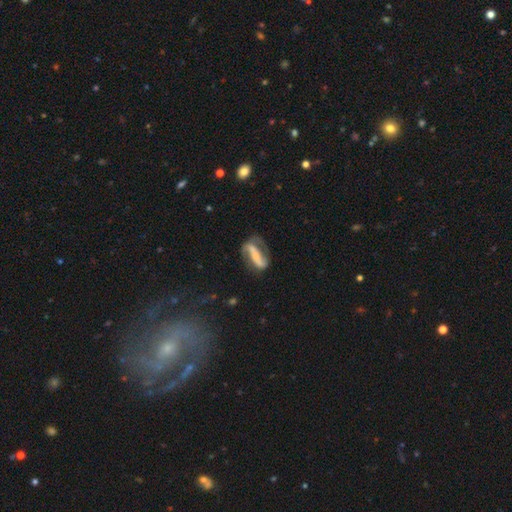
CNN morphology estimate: This is likely a featured or disk galaxy (69%). It is clearly not viewed edge-on (87%). Bar: likely strong (65%). Spiral arm pattern: likely yes (75%). Central bulge: possibly small (51%). Merging: possibly none (52%).